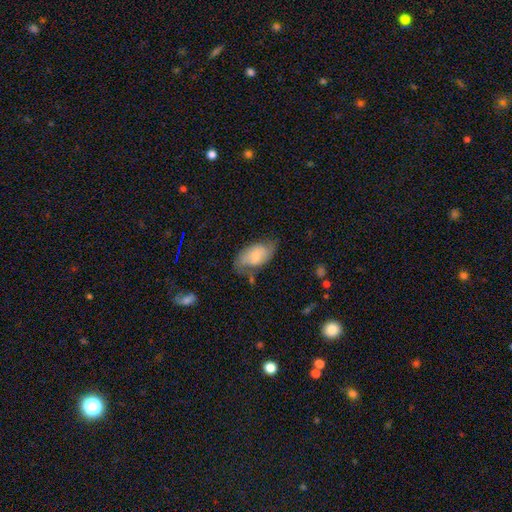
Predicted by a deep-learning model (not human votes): A smooth galaxy with no disk features (55%) that is in between round and cigar-shaped (92%).

Vote fractions:
- Smooth or featured? smooth: 55% / featured or disk: 38% / star or artifact: 7%
- How rounded? in between: 92% / round: 6% / cigar-shaped: 2%
- Merging? none: 52% / minor disturbance: 31% / major disturbance: 13% / merger: 4%